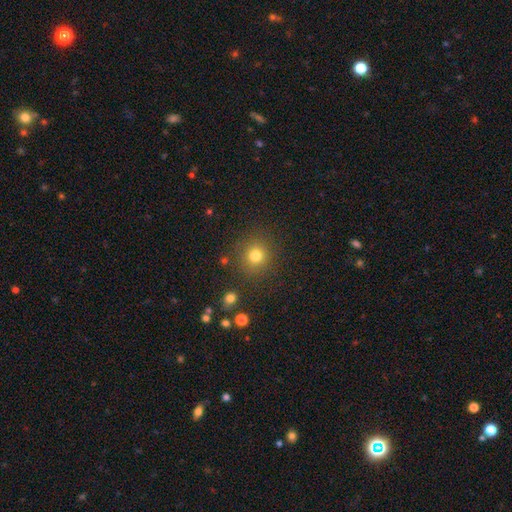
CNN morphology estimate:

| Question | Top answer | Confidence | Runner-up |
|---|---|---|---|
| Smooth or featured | smooth | 79% | star or artifact (14%) |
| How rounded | round | 90% | in between (9%) |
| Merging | none | 86% | minor disturbance (8%) |